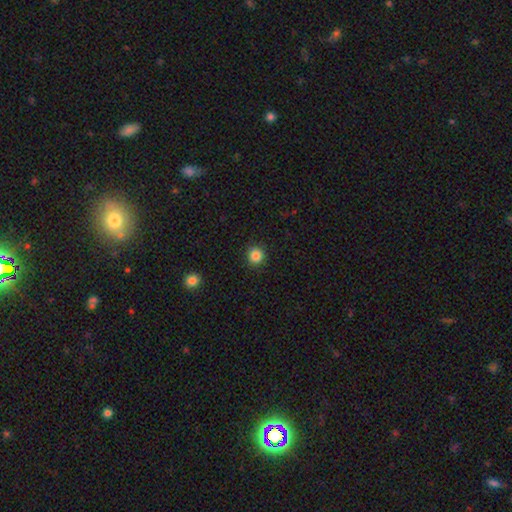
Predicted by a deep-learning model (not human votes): smooth_or_featured: smooth (p=0.85) [alt: star or artifact p=0.11]
how_rounded: round (p=0.94) [alt: in between p=0.05]
merging: none (p=0.91) [alt: minor disturbance p=0.06]